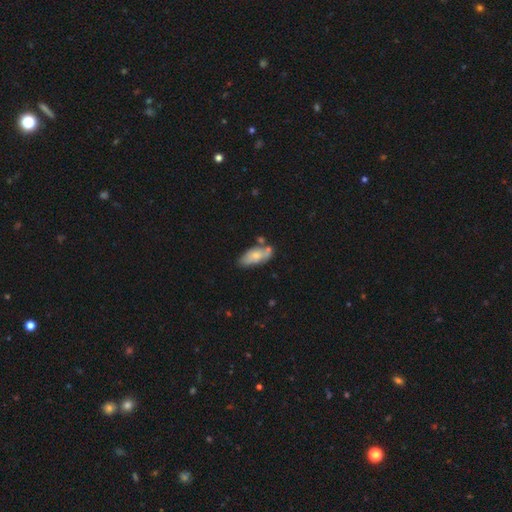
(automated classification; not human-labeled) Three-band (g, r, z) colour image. It shows a smooth galaxy with no disk features (64%) that is in between round and cigar-shaped (85%). Merging: none (57%).